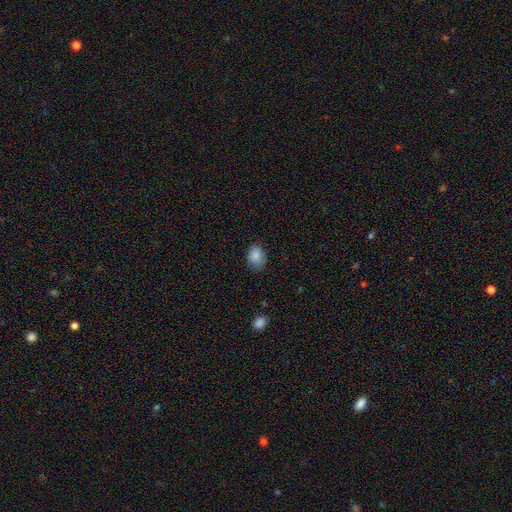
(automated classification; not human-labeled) Smooth or featured: smooth — 86% (star or artifact — 8%)
How rounded: in between — 62% (round — 37%)
Merging: none — 79% (minor disturbance — 17%)